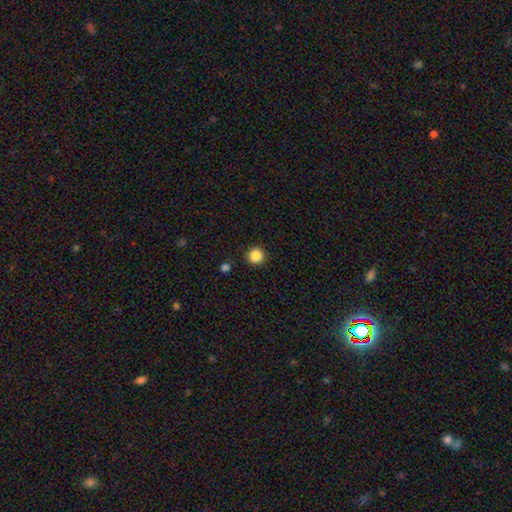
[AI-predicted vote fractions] Smooth or featured? smooth (87%)
How rounded? round (96%)
Merging? none (92%)